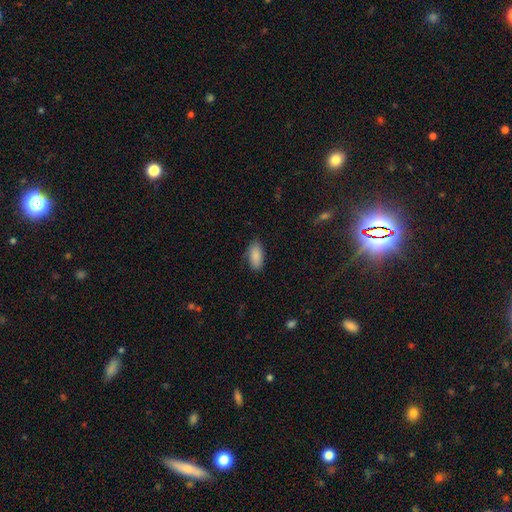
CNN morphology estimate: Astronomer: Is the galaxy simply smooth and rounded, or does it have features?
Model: smooth — 88%.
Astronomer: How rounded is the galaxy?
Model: in between — 92%.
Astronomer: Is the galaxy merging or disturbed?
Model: none — 80%.